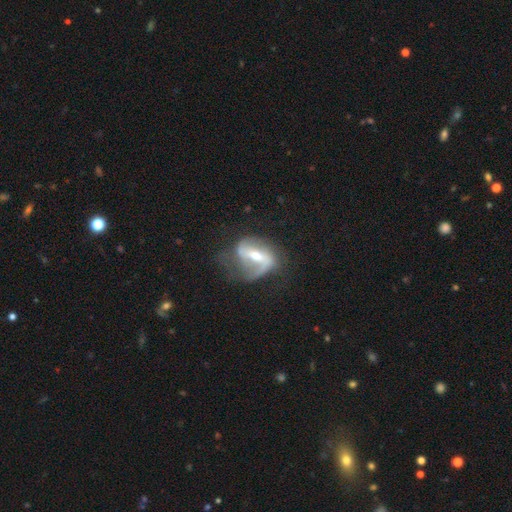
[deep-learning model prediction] featured or disk 81%, smooth 13%, star or artifact 6%. Down the decision tree: edge-on disk — no (94%); bar — strong (54%); spiral arms — yes (87%); spiral arm count — 2 (70%); spiral winding — loose (51%); bulge size — moderate (54%); merging — none (46%).